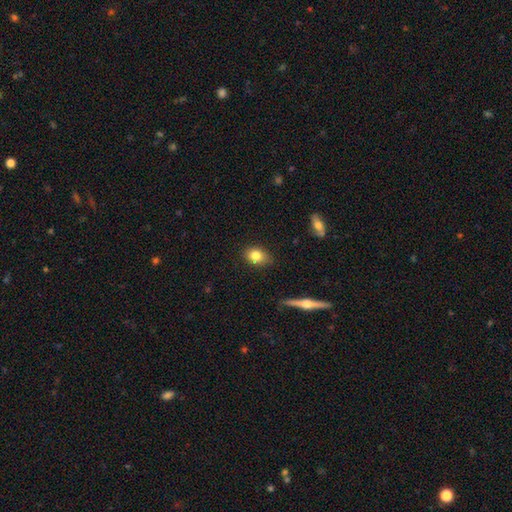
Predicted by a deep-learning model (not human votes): Smooth or featured? Predicted: smooth (p=0.80). How rounded? Predicted: in between (p=0.61). Merging? Predicted: none (p=0.78).